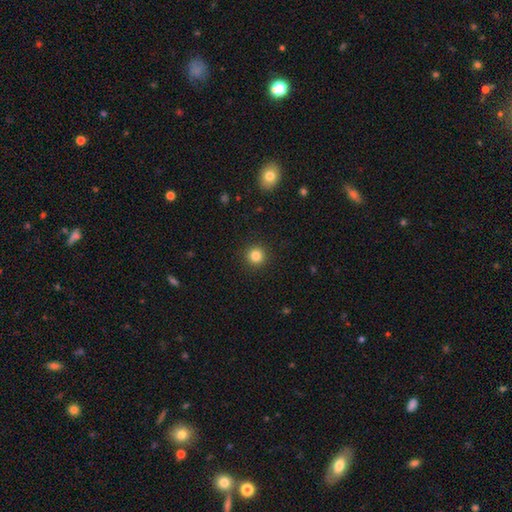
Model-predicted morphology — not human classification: smooth-or-featured: smooth: 83% | star or artifact: 12% | featured or disk: 5%
  how-rounded: round: 95% | in between: 4% | cigar-shaped: 1%
  merging: none: 92% | minor disturbance: 5% | major disturbance: 2% | merger: 1%